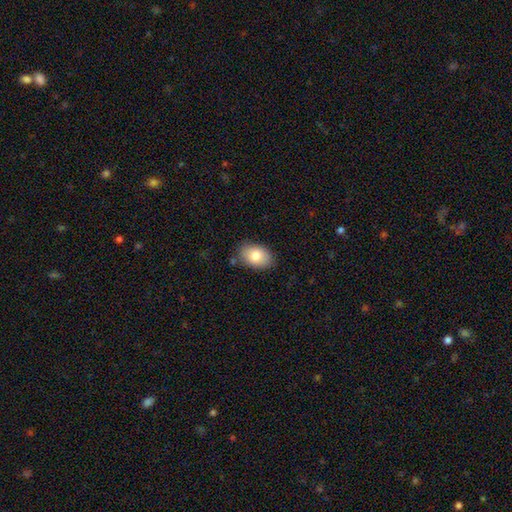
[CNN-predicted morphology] type=smooth (81%); roundness=in between (86%); merging=none (82%).